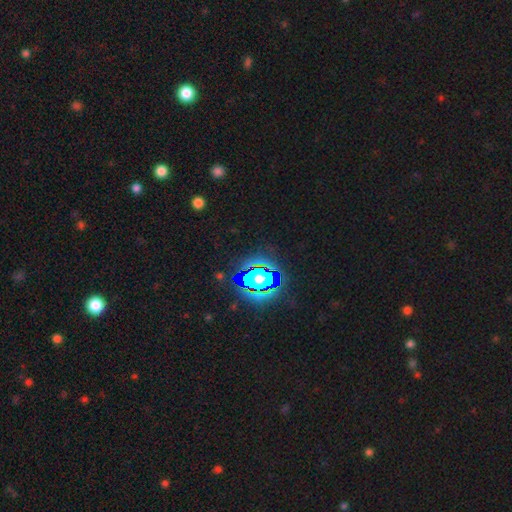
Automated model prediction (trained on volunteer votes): This appears to be a star or artifact, not a galaxy (82%).